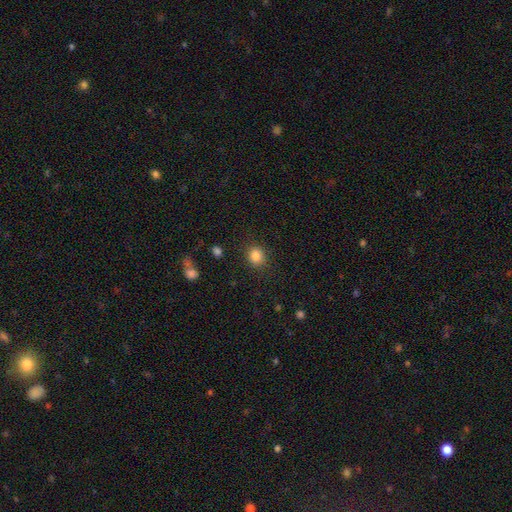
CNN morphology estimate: type=smooth (84%); roundness=round (81%); merging=none (87%).